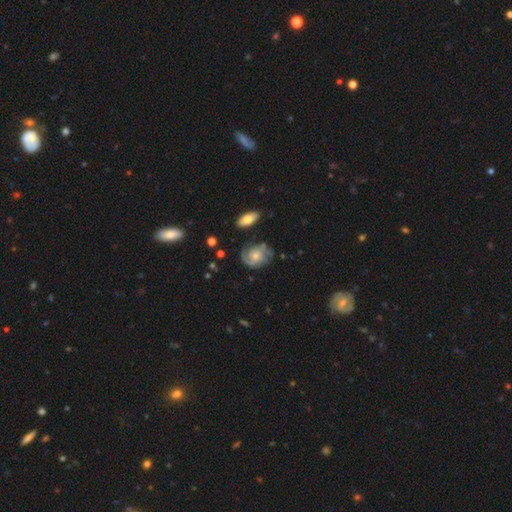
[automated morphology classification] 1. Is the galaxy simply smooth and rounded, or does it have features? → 78% featured or disk, 16% smooth, 6% star or artifact.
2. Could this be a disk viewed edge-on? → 97% no, 3% yes.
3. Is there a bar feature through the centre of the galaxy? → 68% no, 28% weak, 4% strong.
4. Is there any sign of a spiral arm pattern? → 94% yes, 6% no.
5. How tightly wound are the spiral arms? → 45% medium, 38% tight, 17% loose.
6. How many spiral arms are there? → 62% 2, 15% can't tell, 13% 3, 5% 1, 3% 4, 3% more than 4.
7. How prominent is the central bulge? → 48% small, 37% moderate, 9% none, 5% large, 1% dominant.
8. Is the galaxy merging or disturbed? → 66% none, 21% minor disturbance, 9% major disturbance, 4% merger.